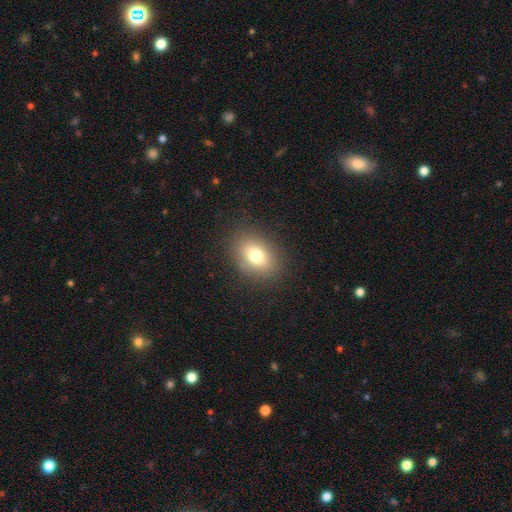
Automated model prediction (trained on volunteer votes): A smooth galaxy with no disk features (75%) that is in between round and cigar-shaped (64%). Merging: none (85%).